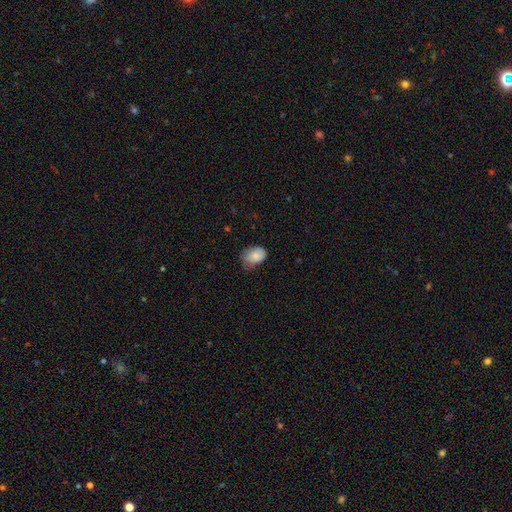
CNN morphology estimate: This is clearly a smooth galaxy (81%). How rounded: likely in between (74%). Merging: possibly none (45%).